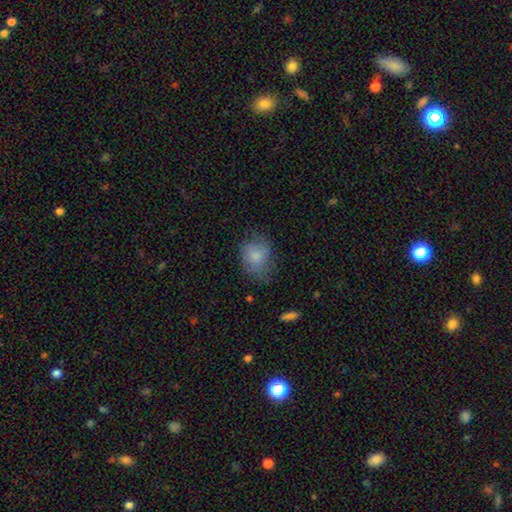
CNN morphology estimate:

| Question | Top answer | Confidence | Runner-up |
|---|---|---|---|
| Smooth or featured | smooth | 76% | featured or disk (16%) |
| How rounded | in between | 50% | round (49%) |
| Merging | none | 49% | minor disturbance (32%) |